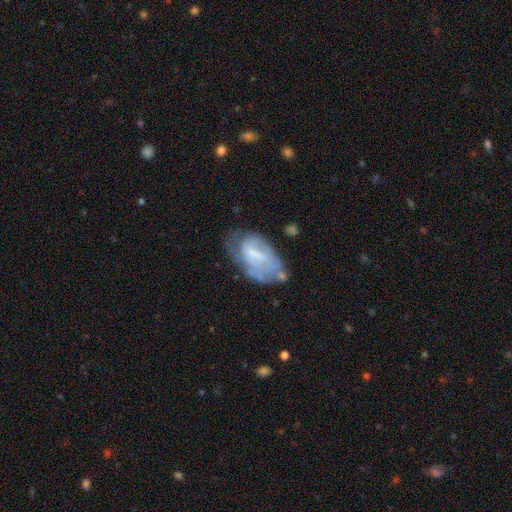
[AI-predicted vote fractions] Smooth or featured? Predicted: featured or disk (p=0.54). Edge-on disk? Predicted: no (p=0.95). Bar? Predicted: weak (p=0.45). Spiral arms? Predicted: yes (p=0.51). Bulge size? Predicted: small (p=0.38). Merging? Predicted: none (p=0.42).